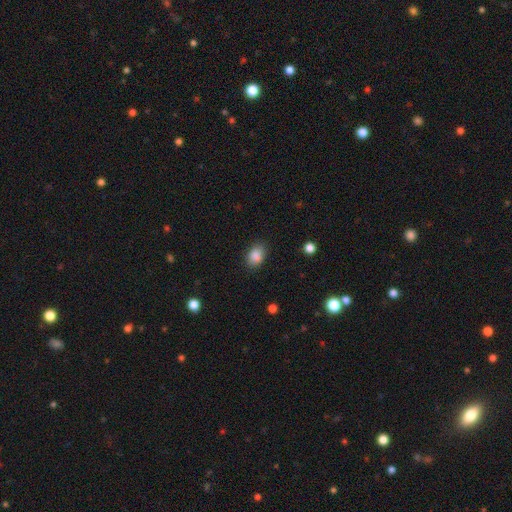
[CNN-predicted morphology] smooth-or-featured: smooth: 86% | star or artifact: 9% | featured or disk: 5%
  how-rounded: in between: 76% | round: 23% | cigar-shaped: 1%
  merging: none: 80% | minor disturbance: 14% | major disturbance: 3% | merger: 2%